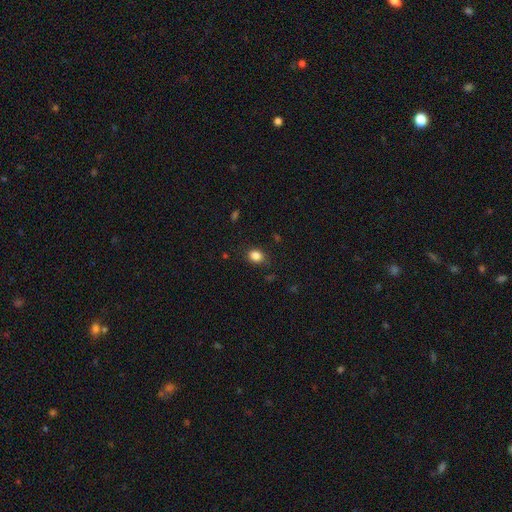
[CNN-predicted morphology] Smooth or featured: smooth — 85% (star or artifact — 11%)
How rounded: in between — 50% (round — 49%)
Merging: none — 83% (minor disturbance — 13%)